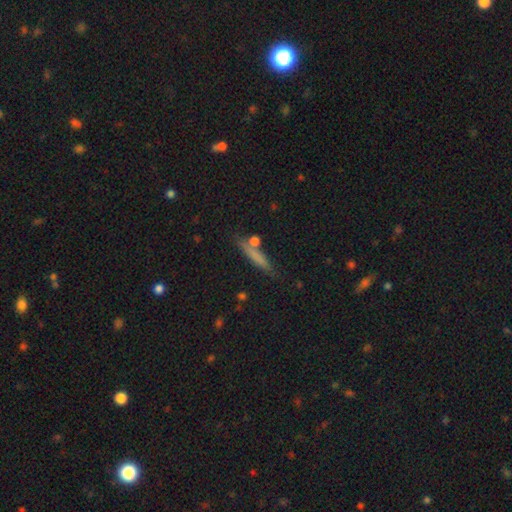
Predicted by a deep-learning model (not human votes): A smooth galaxy with no disk features (67%) that is cigar-shaped (88%).

Vote fractions:
- Smooth or featured? smooth: 67% / featured or disk: 23% / star or artifact: 9%
- How rounded? cigar-shaped: 88% / in between: 9% / round: 3%
- Merging? none: 76% / minor disturbance: 13% / merger: 7% / major disturbance: 3%